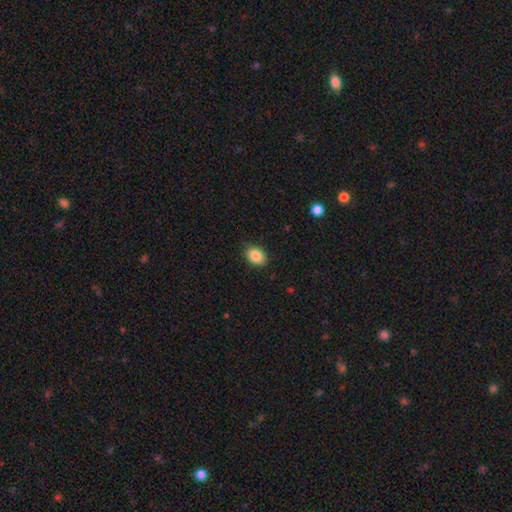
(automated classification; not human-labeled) The model was most divided on "how rounded": in between: 73%, round: 26%, cigar-shaped: 1%. More confident: smooth or featured — smooth (87%); merging — none (85%).